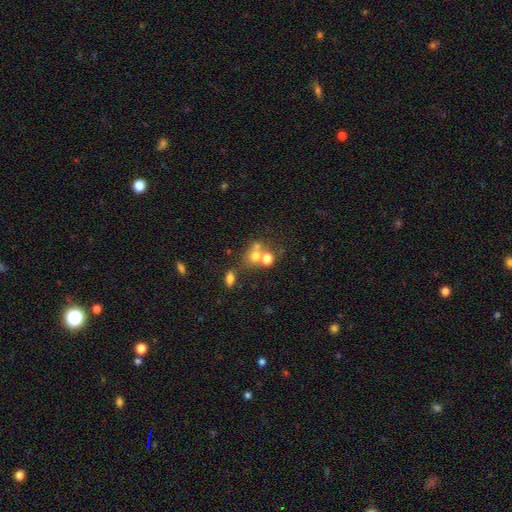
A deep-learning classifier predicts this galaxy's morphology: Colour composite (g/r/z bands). It shows a smooth galaxy with no disk features (65%) that is round (69%). Merging: merger (52%).